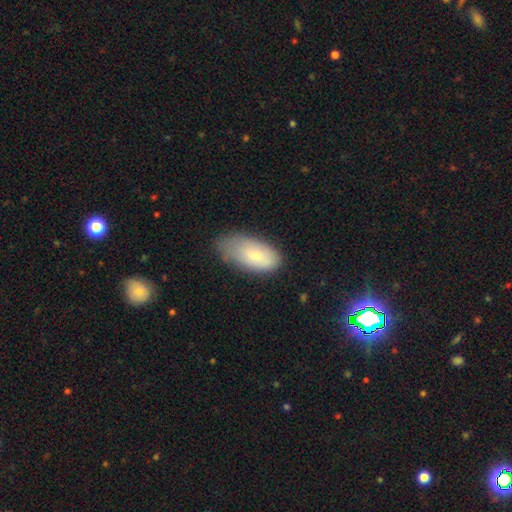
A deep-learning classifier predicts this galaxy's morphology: A smooth galaxy with no disk features (79%) that is in between round and cigar-shaped (92%).

Vote fractions:
- Smooth or featured? smooth: 79% / featured or disk: 14% / star or artifact: 7%
- How rounded? in between: 92% / cigar-shaped: 6% / round: 2%
- Merging? none: 49% / minor disturbance: 38% / major disturbance: 11% / merger: 2%